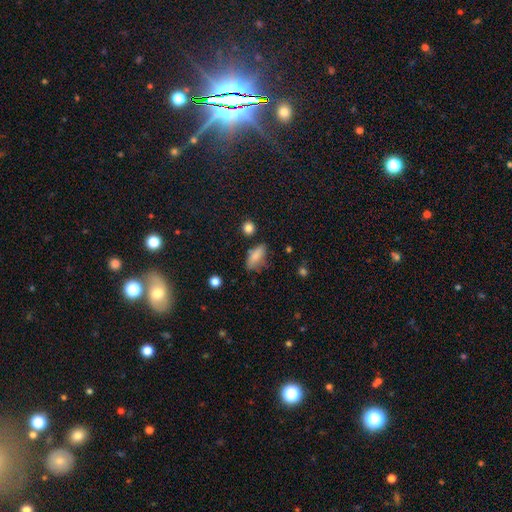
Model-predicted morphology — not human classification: The model was most divided on "merging": none: 56%, minor disturbance: 30%, major disturbance: 9%, merger: 5%. More confident: how rounded — in between (81%); smooth or featured — smooth (81%).